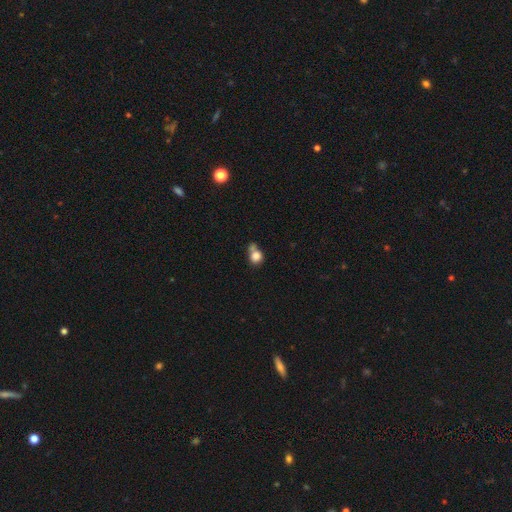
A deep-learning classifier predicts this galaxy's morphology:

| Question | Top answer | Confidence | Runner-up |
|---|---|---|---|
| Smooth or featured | smooth | 81% | star or artifact (10%) |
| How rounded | round | 72% | in between (27%) |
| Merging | none | 40% | merger (31%) |